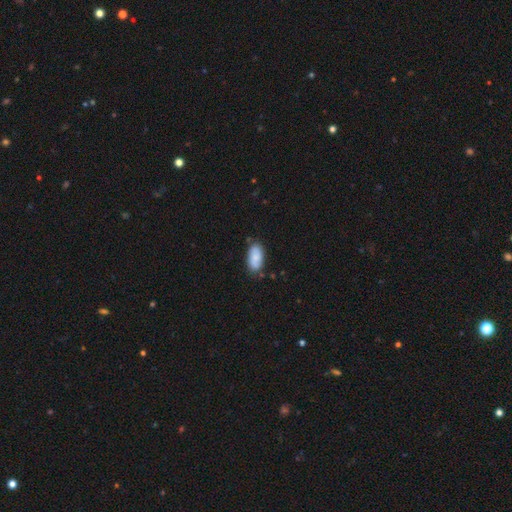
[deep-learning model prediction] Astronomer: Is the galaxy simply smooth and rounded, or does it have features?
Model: smooth — 77%.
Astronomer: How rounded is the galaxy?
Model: in between — 93%.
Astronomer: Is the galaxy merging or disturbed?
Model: none — 75%.